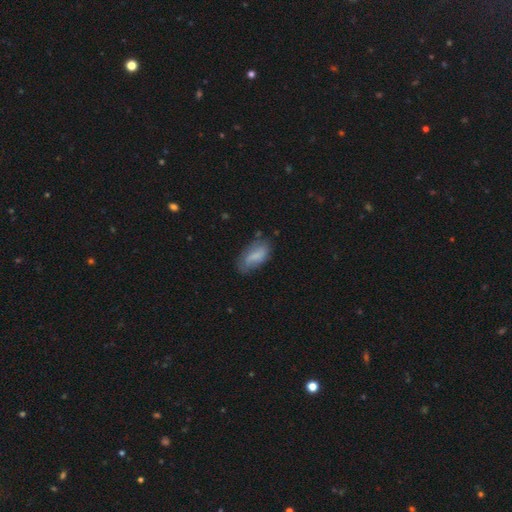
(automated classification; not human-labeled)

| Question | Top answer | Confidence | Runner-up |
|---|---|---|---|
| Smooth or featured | smooth | 71% | featured or disk (22%) |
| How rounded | in between | 88% | cigar-shaped (9%) |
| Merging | none | 58% | minor disturbance (30%) |